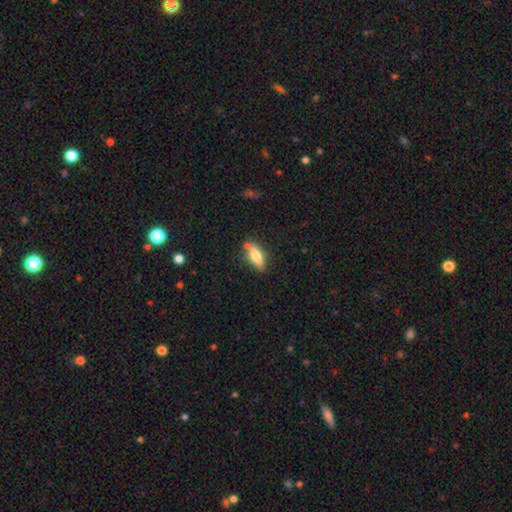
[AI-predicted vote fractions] Morphology: type=smooth (66%); roundness=in between (65%); merging=none (70%).